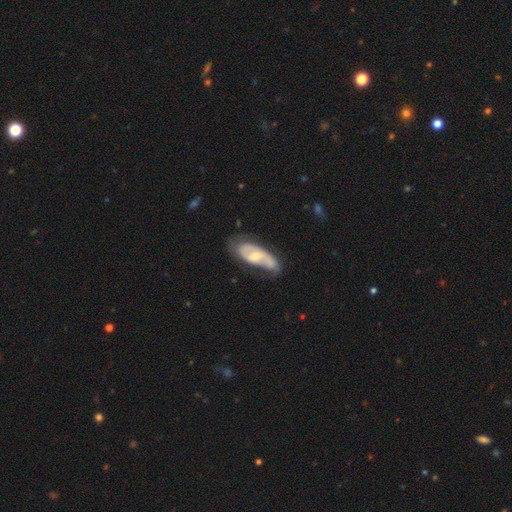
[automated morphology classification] Smooth or featured?
  - featured or disk: 69% *
  - smooth: 26%
  - star or artifact: 5%
Edge-on disk?
  - no: 90% *
  - yes: 10%
Bar?
  - no: 47% *
  - weak: 36%
  - strong: 17%
Spiral arms?
  - yes: 75% *
  - no: 25%
Bulge size?
  - small: 51% *
  - moderate: 45%
  - large: 2%
  - none: 2%
  - dominant: 1%
Merging?
  - none: 55% *
  - minor disturbance: 29%
  - major disturbance: 13%
  - merger: 2%